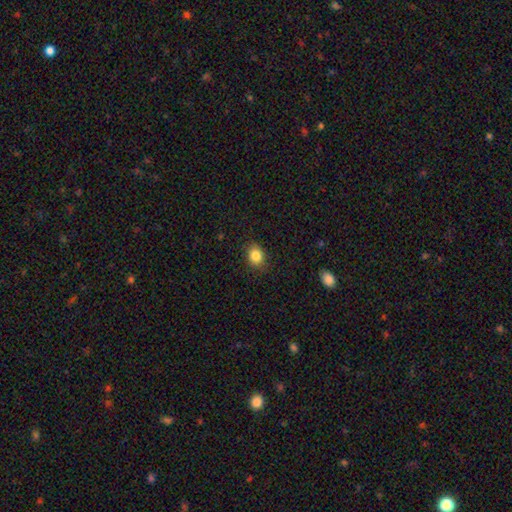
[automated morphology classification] Smooth or featured? Predicted: smooth (p=0.85). How rounded? Predicted: round (p=0.53). Merging? Predicted: none (p=0.86).